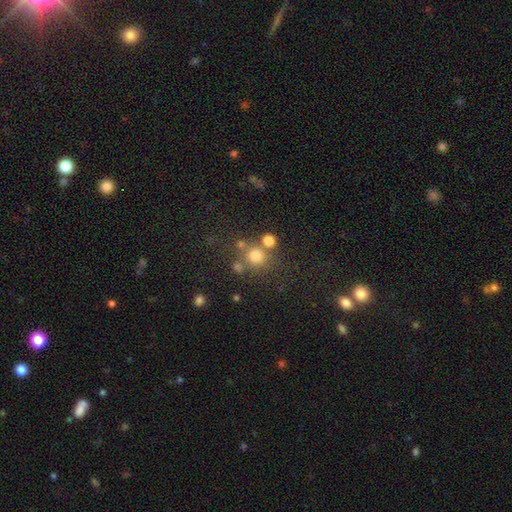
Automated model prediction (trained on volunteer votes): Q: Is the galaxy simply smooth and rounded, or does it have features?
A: smooth — 74%.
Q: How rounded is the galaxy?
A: round — 88%.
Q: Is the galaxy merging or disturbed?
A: none — 65%.